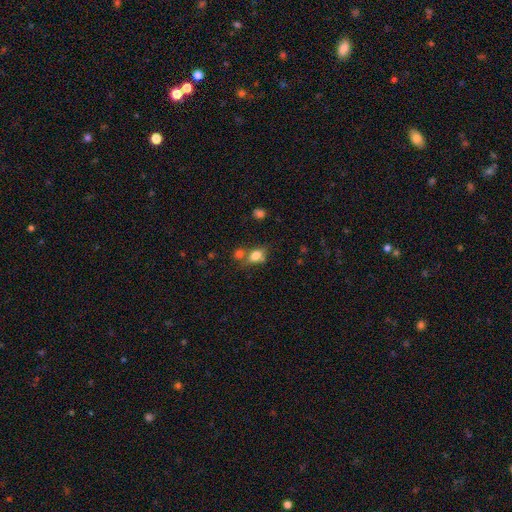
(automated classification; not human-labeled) smooth-or-featured: smooth: 76% | featured or disk: 13% | star or artifact: 11%
  how-rounded: in between: 73% | round: 23% | cigar-shaped: 4%
  merging: none: 48% | merger: 27% | minor disturbance: 18% | major disturbance: 7%